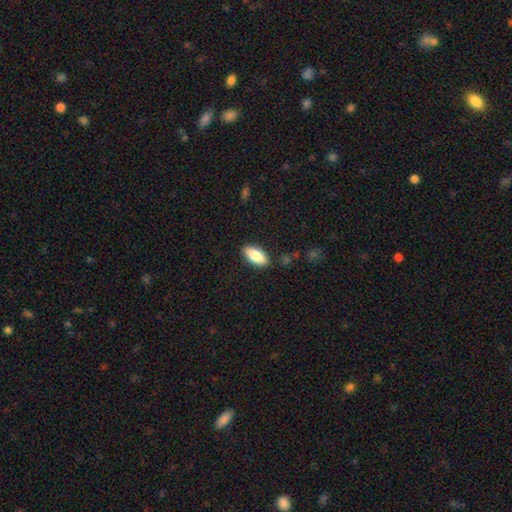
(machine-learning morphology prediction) The model was most divided on "smooth or featured": smooth: 83%, featured or disk: 11%, star or artifact: 6%. More confident: how rounded — in between (89%); merging — none (87%).